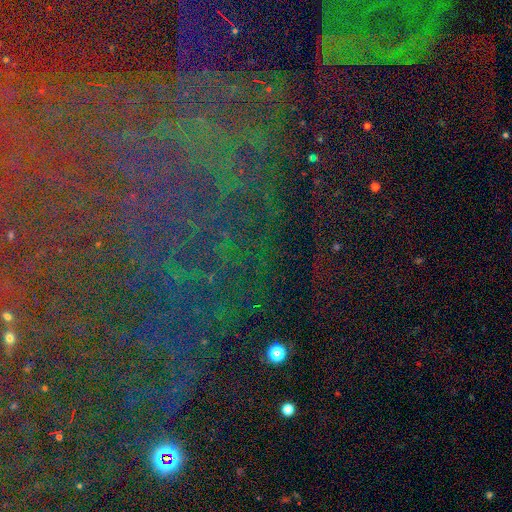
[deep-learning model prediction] smooth_or_featured: star or artifact (p=0.77) [alt: featured or disk p=0.12]